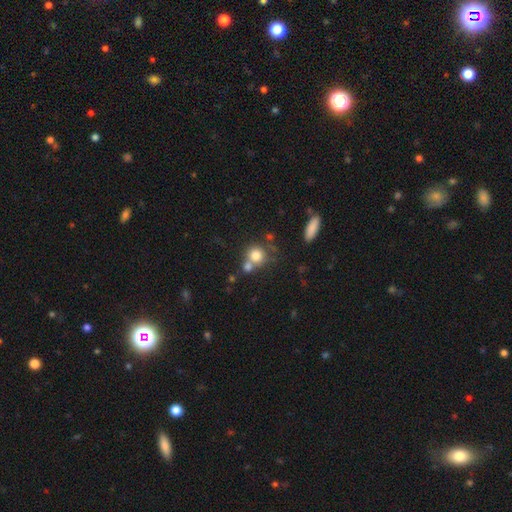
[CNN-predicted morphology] Smooth or featured? Predicted: smooth (p=0.78). How rounded? Predicted: round (p=0.86). Merging? Predicted: none (p=0.46).